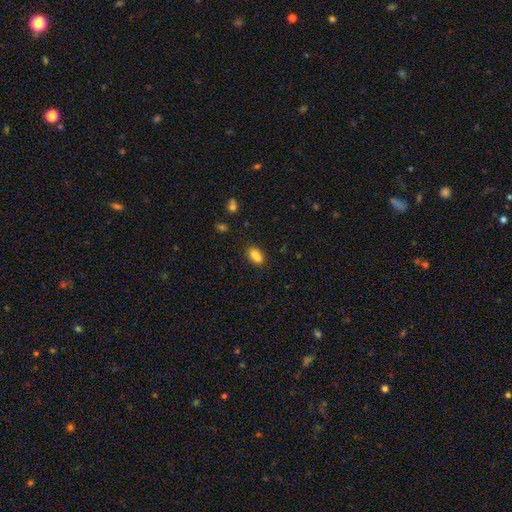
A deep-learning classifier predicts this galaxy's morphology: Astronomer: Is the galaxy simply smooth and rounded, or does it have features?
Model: smooth — 79%.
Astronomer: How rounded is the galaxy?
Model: in between — 80%.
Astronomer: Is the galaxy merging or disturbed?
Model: none — 56%.